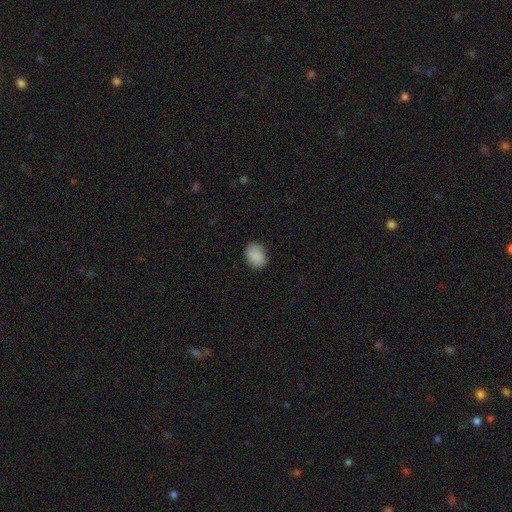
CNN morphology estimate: Smooth or featured?
  - smooth: 87% *
  - star or artifact: 8%
  - featured or disk: 5%
How rounded?
  - in between: 70% *
  - round: 29%
  - cigar-shaped: 1%
Merging?
  - none: 81% *
  - minor disturbance: 15%
  - major disturbance: 3%
  - merger: 1%